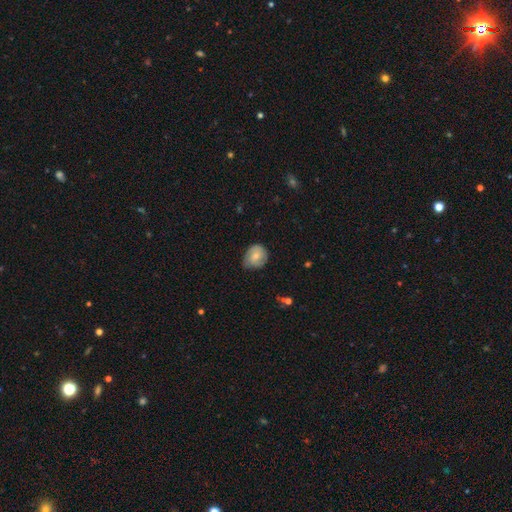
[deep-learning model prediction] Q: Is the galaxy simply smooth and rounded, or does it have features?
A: smooth — 62%.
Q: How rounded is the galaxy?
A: round — 62%.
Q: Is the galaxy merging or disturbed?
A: none — 56%.